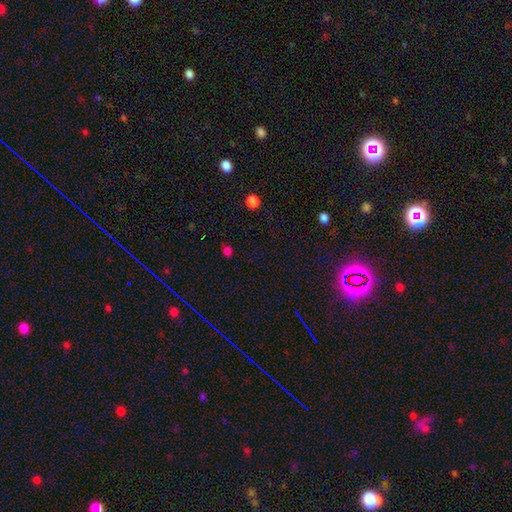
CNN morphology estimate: Smooth or featured? star or artifact (67%)